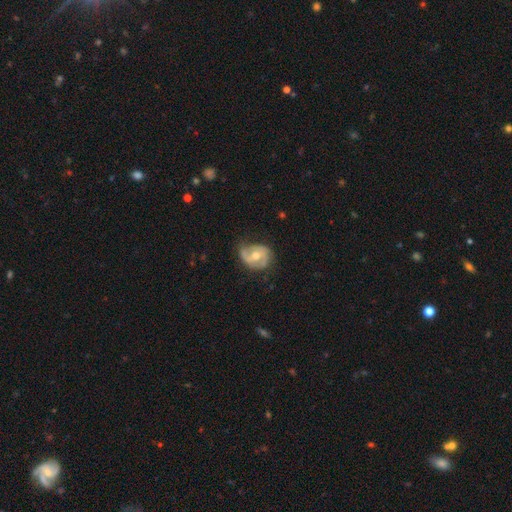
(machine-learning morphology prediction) This is likely a featured or disk galaxy (70%). It is clearly not viewed edge-on (97%). Bar: possibly no (53%). Spiral arm pattern: clearly yes (84%). Spiral arm count: likely 2 (71%). Spiral winding: marginally medium (45%). Central bulge: likely moderate (71%). Merging: possibly none (54%).